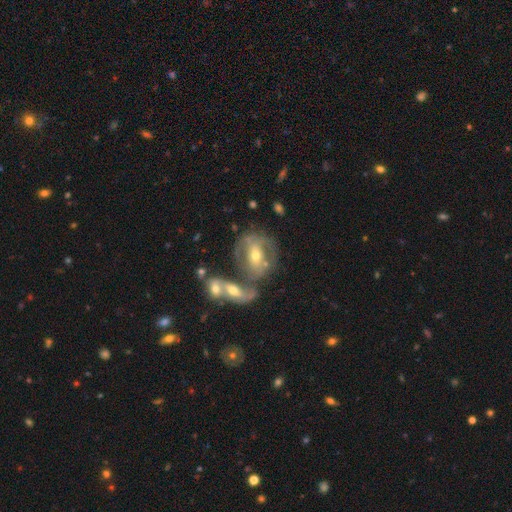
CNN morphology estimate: Smooth or featured: featured or disk — 71% (smooth — 22%)
Edge-on disk: no — 93% (yes — 7%)
Bar: no — 35% (weak — 34%)
Spiral arms: yes — 62% (no — 38%)
Bulge size: moderate — 55% (small — 40%)
Merging: merger — 45% (none — 32%)